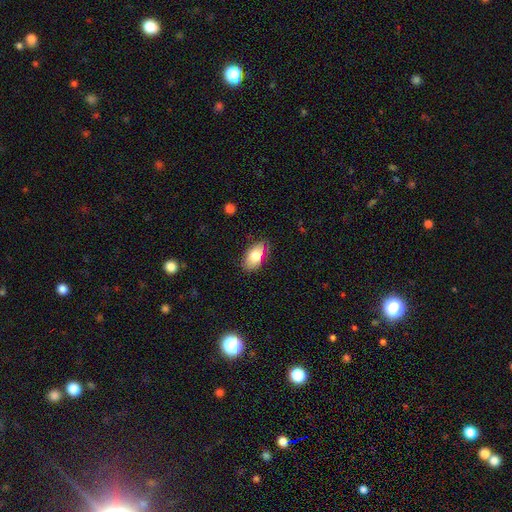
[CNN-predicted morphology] Smooth or featured? Predicted: smooth (p=0.77). How rounded? Predicted: in between (p=0.91). Merging? Predicted: none (p=0.78).